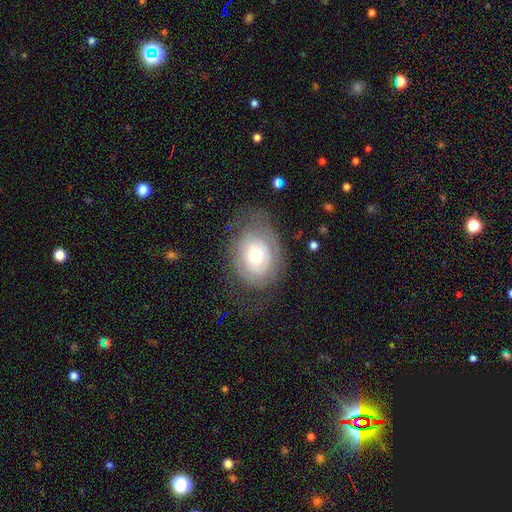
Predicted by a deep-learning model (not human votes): This is possibly a featured or disk galaxy (57%). It is clearly not viewed edge-on (95%). Bar: clearly no (83%). Spiral arm pattern: likely yes (62%). Central bulge: marginally moderate (42%). Merging: likely none (62%).